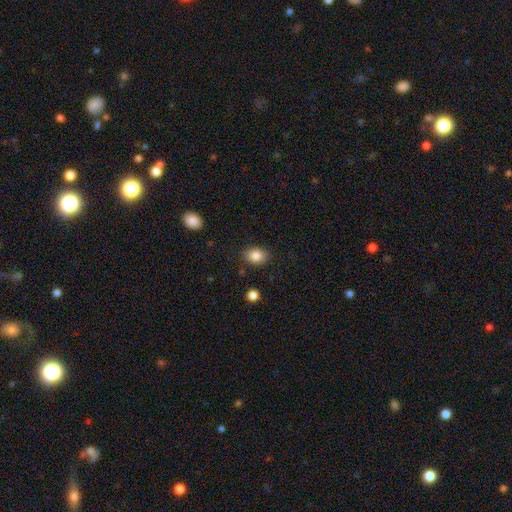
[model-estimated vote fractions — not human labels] A smooth galaxy with no disk features (85%) that is in between round and cigar-shaped (67%). Merging: none (86%).